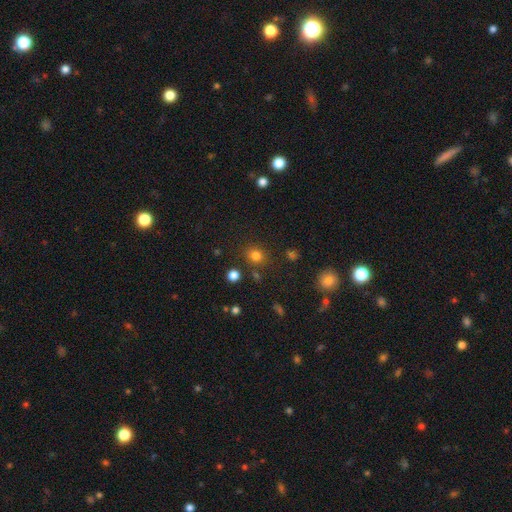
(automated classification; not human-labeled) smooth 78%, star or artifact 16%, featured or disk 6%. Down the decision tree: how rounded — round (83%); merging — none (82%).